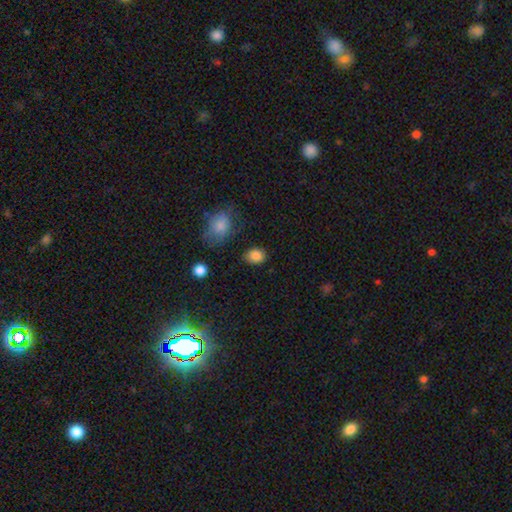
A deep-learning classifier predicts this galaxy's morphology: A smooth galaxy with no disk features (86%) that is in between round and cigar-shaped (51%).

Vote fractions:
- Smooth or featured? smooth: 86% / star or artifact: 10% / featured or disk: 4%
- How rounded? in between: 51% / round: 48% / cigar-shaped: 1%
- Merging? none: 81% / minor disturbance: 13% / major disturbance: 4% / merger: 3%